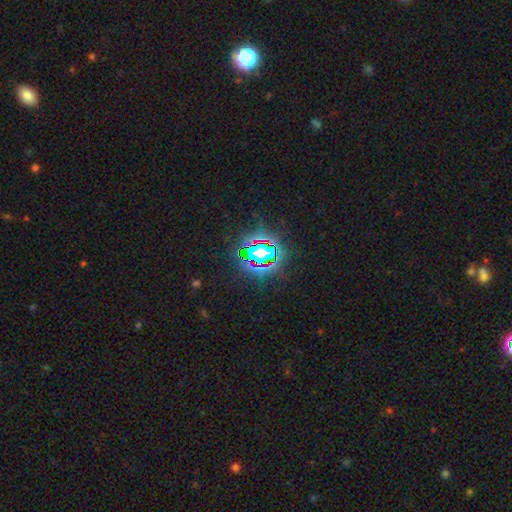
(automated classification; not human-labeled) Smooth or featured: star or artifact — 81% (smooth — 11%)